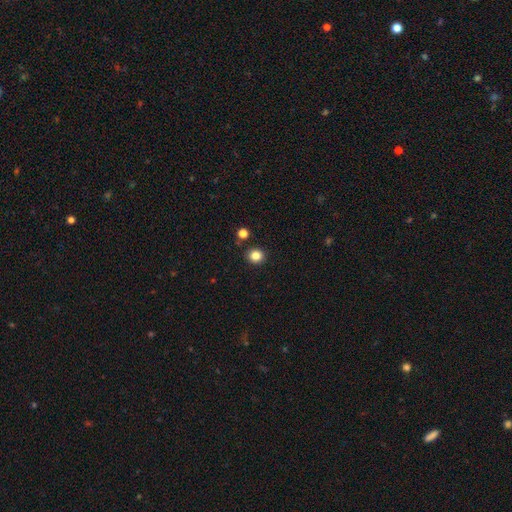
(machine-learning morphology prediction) Overall: smooth (84%). How rounded: round (85%). Merging: none (89%).